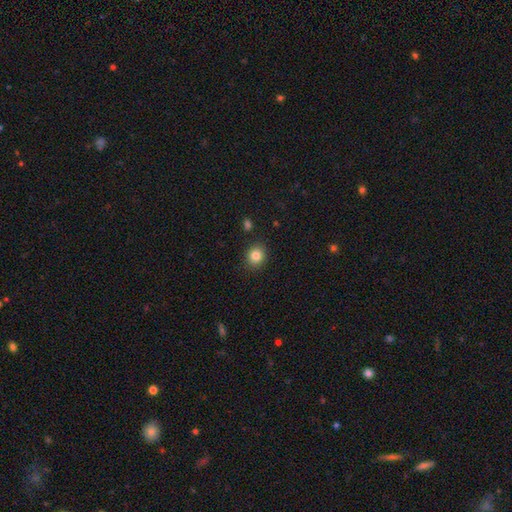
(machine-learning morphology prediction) Overall: smooth (84%). How rounded: round (78%). Merging: none (88%).